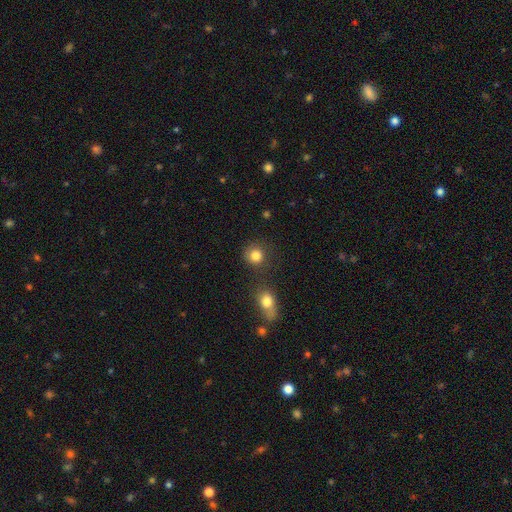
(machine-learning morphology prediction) Smooth or featured?
  - smooth: 83% *
  - star or artifact: 11%
  - featured or disk: 6%
How rounded?
  - round: 88% *
  - in between: 11%
  - cigar-shaped: 1%
Merging?
  - none: 73% *
  - merger: 13%
  - minor disturbance: 10%
  - major disturbance: 5%